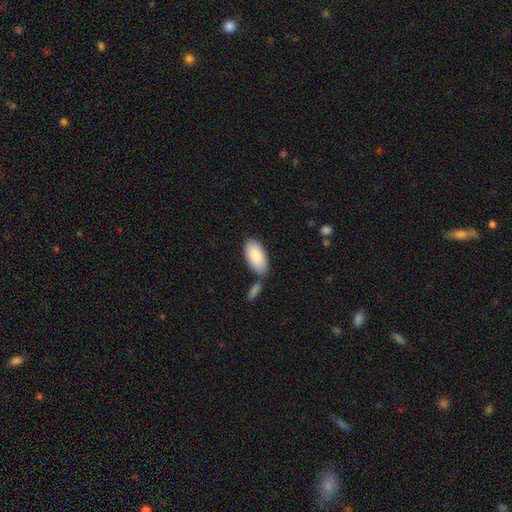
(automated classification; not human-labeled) smooth 87%, featured or disk 8%, star or artifact 5%. Down the decision tree: how rounded — in between (95%); merging — none (66%).